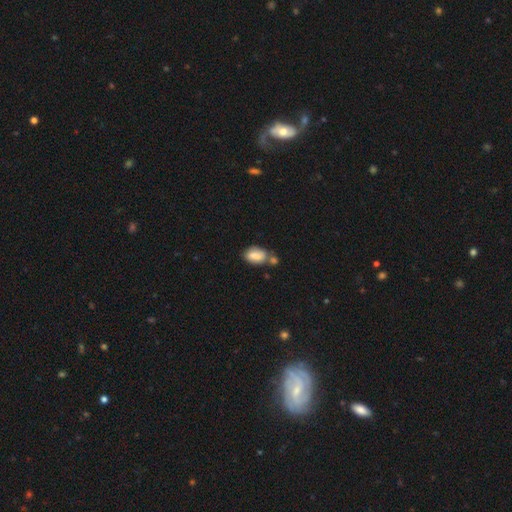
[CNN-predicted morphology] This is likely a smooth galaxy (77%). How rounded: clearly in between (89%). Merging: marginally none (44%).